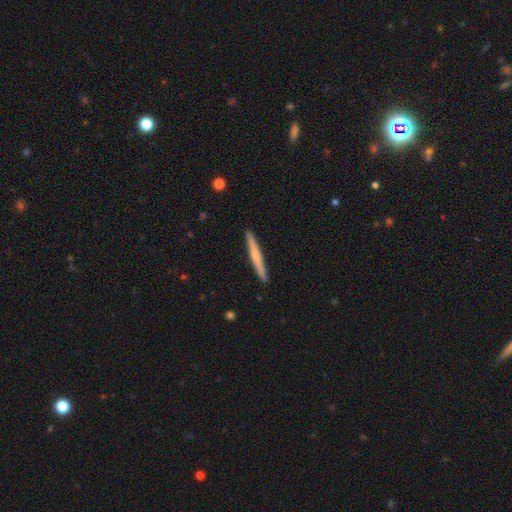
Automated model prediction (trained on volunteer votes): The model was most divided on "smooth or featured": smooth: 51%, featured or disk: 43%, star or artifact: 5%. More confident: how rounded — cigar-shaped (97%); merging — none (92%).